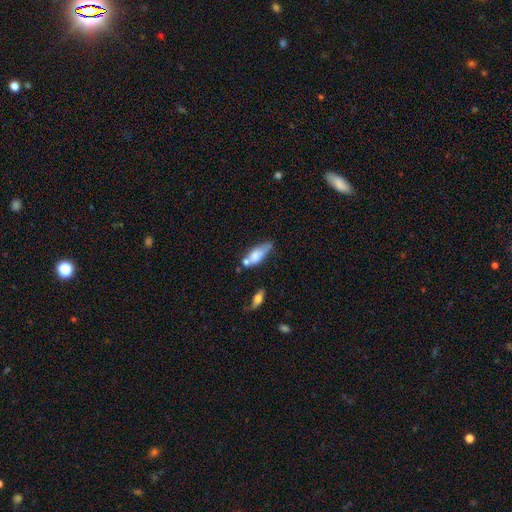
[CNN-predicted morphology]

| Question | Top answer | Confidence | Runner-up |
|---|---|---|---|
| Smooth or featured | smooth | 69% | featured or disk (24%) |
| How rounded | in between | 73% | cigar-shaped (24%) |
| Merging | none | 35% | minor disturbance (28%) |